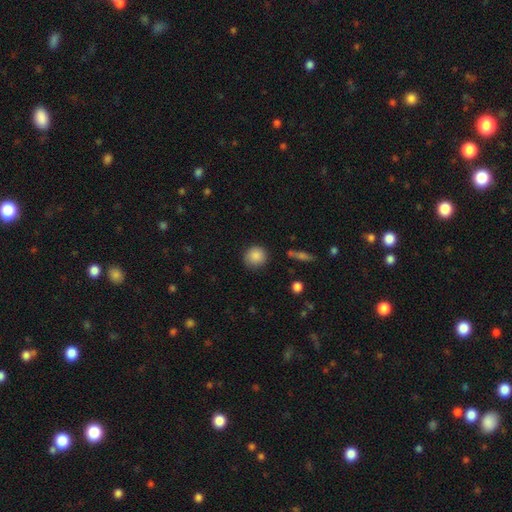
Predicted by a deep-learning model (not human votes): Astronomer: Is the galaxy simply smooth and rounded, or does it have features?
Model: smooth — 87%.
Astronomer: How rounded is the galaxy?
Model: round — 88%.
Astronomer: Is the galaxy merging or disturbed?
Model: none — 84%.